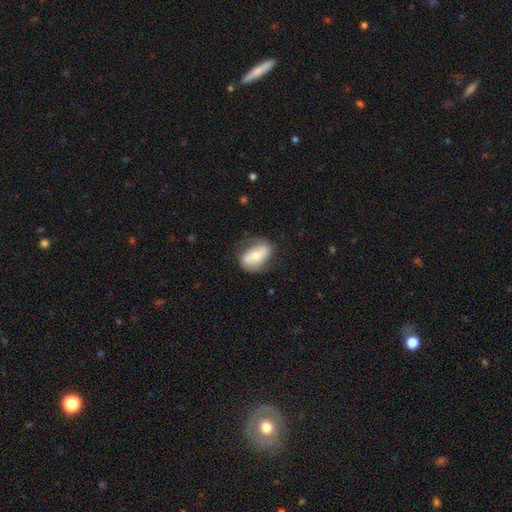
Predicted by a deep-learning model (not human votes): smooth_or_featured: featured or disk (p=0.47) [alt: smooth p=0.46]
merging: none (p=0.69) [alt: minor disturbance p=0.21]